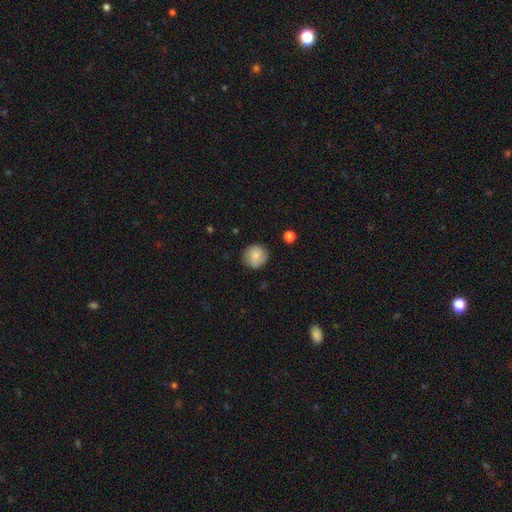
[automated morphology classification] Smooth or featured: smooth — 82% (featured or disk — 10%)
How rounded: round — 90% (in between — 9%)
Merging: none — 83% (minor disturbance — 13%)